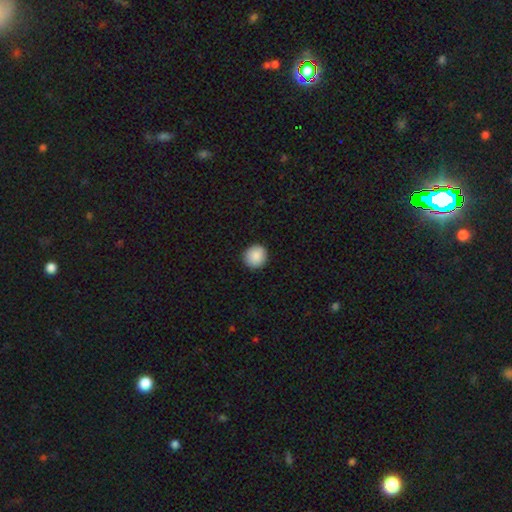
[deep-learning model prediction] smooth 89%, star or artifact 8%, featured or disk 4%. Down the decision tree: how rounded — round (90%); merging — none (92%).